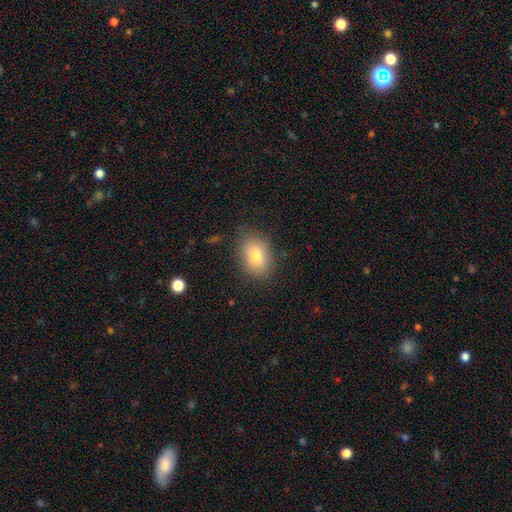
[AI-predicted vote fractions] Smooth or featured: smooth — 81% (featured or disk — 10%)
How rounded: in between — 76% (round — 23%)
Merging: none — 82% (minor disturbance — 14%)